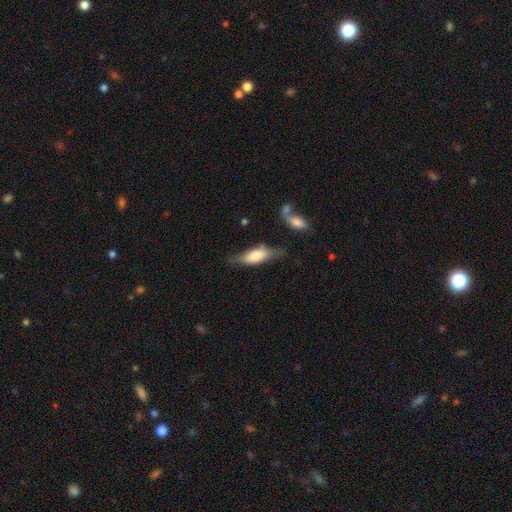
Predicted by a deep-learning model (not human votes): Overall: smooth (66%; featured or disk 28%). How rounded: in between (64%; cigar-shaped 33%). Merging: none (56%; minor disturbance 28%).